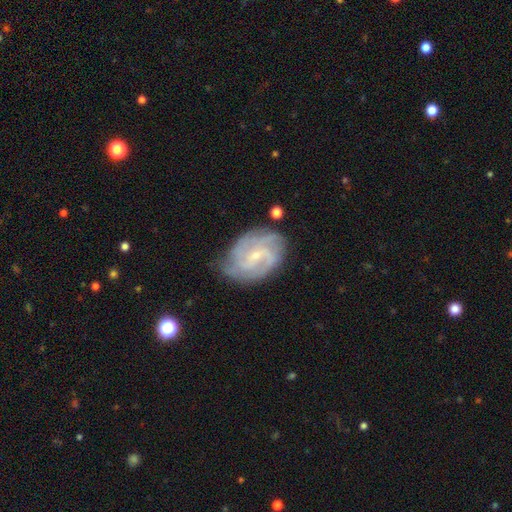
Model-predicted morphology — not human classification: Overall: featured or disk (85%). Edge-on disk: no (97%). Bar: weak (48%; no 41%). Spiral arms: yes (96%). Spiral arm count: 3 (27%; 2 24%). Spiral winding: tight (47%; medium 41%). Bulge size: small (77%). Merging: none (71%).